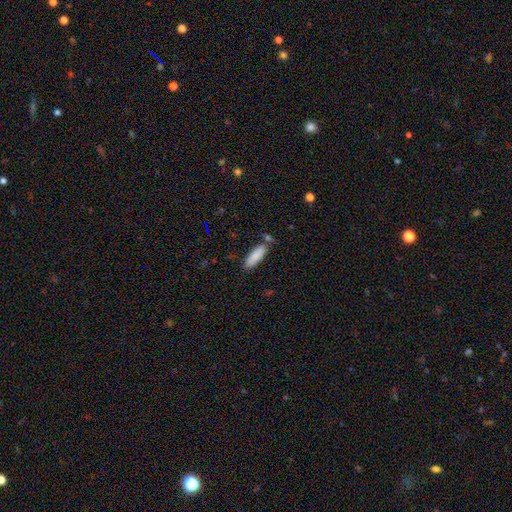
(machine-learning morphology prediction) A smooth galaxy with no disk features (87%) that is in between round and cigar-shaped (55%).

Vote fractions:
- Smooth or featured? smooth: 87% / star or artifact: 7% / featured or disk: 7%
- How rounded? in between: 55% / cigar-shaped: 44% / round: 2%
- Merging? none: 69% / minor disturbance: 15% / merger: 12% / major disturbance: 4%